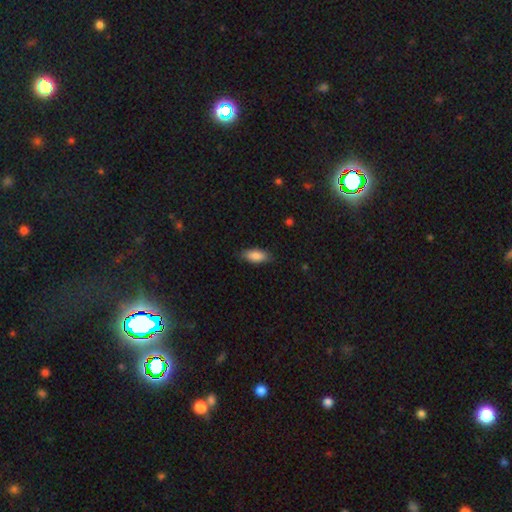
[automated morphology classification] smooth 86%, featured or disk 7%, star or artifact 6%. Down the decision tree: how rounded — in between (85%); merging — none (85%).